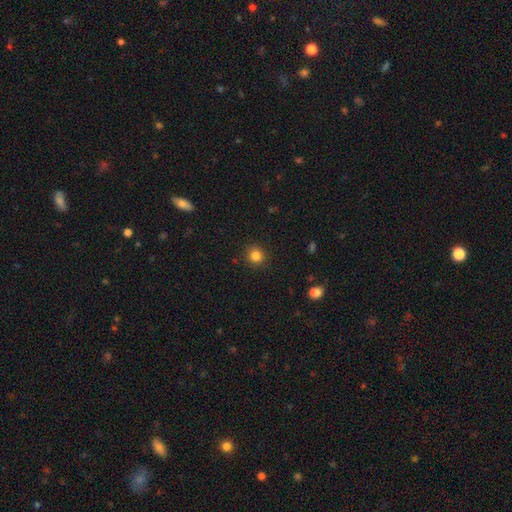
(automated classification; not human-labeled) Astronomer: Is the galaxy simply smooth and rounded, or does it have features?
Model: smooth — 84%.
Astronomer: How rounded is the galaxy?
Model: round — 91%.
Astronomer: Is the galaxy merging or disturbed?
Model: none — 90%.